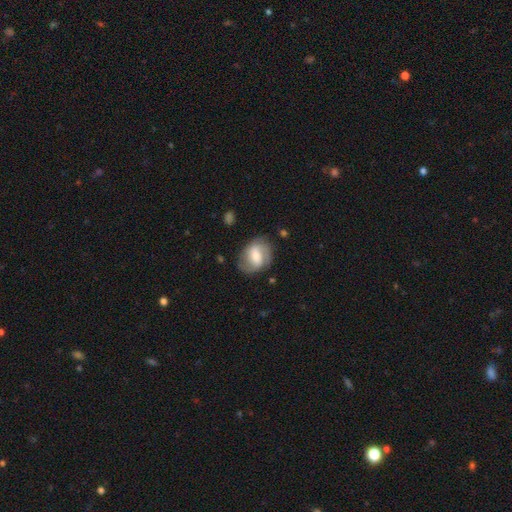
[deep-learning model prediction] Smooth or featured: featured or disk — 63% (smooth — 30%)
Edge-on disk: no — 97% (yes — 3%)
Bar: weak — 49% (no — 27%)
Spiral arms: yes — 87% (no — 13%)
Spiral winding: medium — 46% (tight — 32%)
Spiral arm count: 2 — 74% (can't tell — 13%)
Bulge size: moderate — 52% (small — 29%)
Merging: none — 69% (minor disturbance — 20%)